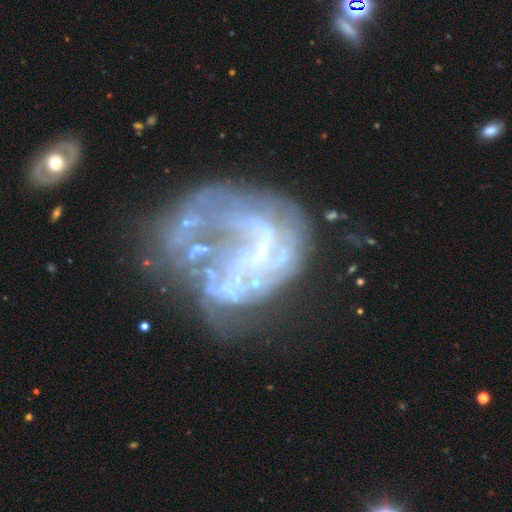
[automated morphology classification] type=featured or disk (76%); edge-on=no (98%); bar=no (62%); spiral arms=no (50%, tied with yes); bulge=none (55%); merging=major disturbance (44%).